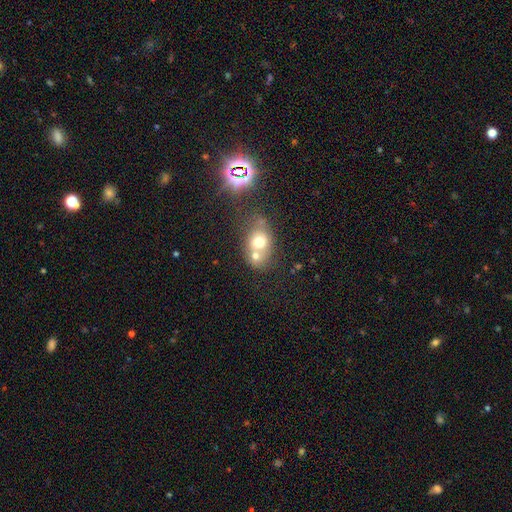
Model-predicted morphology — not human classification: Smooth or featured? Predicted: smooth (p=0.65). How rounded? Predicted: round (p=0.56). Merging? Predicted: merger (p=0.54).